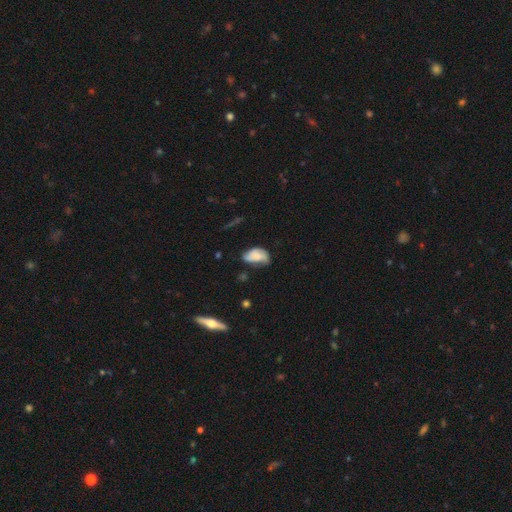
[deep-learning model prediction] Smooth or featured?
  - smooth: 59% *
  - featured or disk: 32%
  - star or artifact: 9%
How rounded?
  - in between: 90% *
  - round: 8%
  - cigar-shaped: 3%
Merging?
  - minor disturbance: 39% *
  - none: 38%
  - major disturbance: 19%
  - merger: 4%